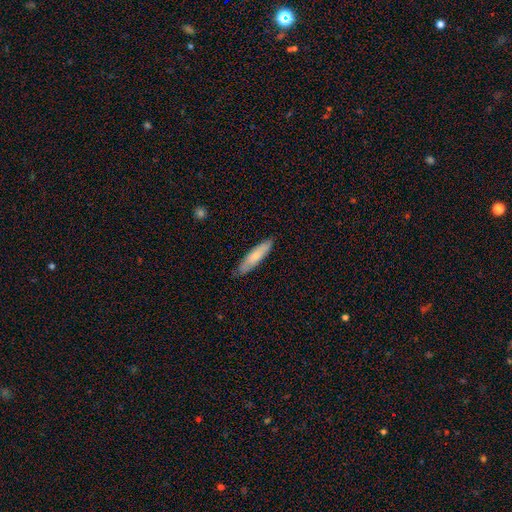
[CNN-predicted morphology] The model was most divided on "smooth or featured": smooth: 72%, featured or disk: 23%, star or artifact: 5%. More confident: merging — none (86%); how rounded — cigar-shaped (76%).